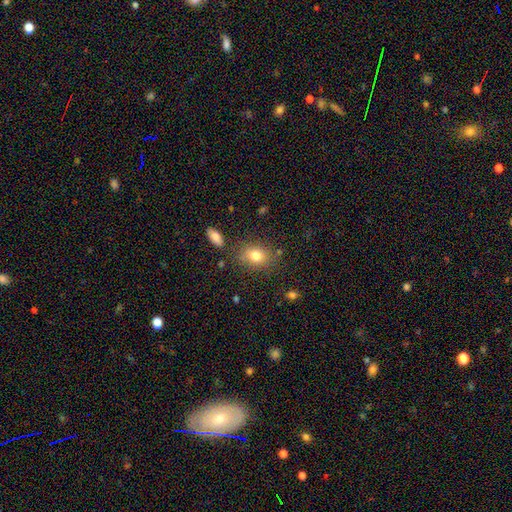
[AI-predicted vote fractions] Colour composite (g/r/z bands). It shows a smooth galaxy with no disk features (79%) that is in between round and cigar-shaped (62%). Merging: none (76%).